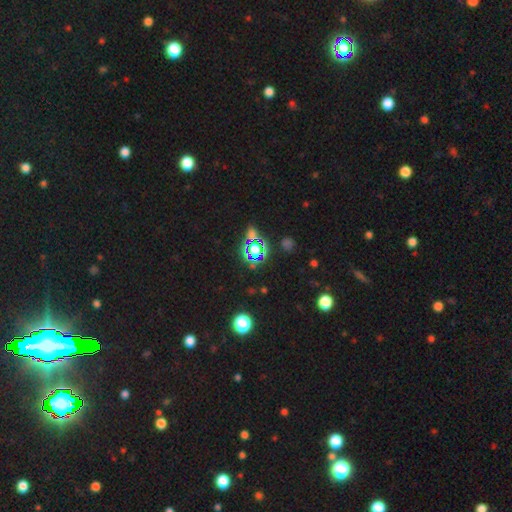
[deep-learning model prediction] A star or artifact, not a galaxy (70%).

Vote fractions:
- Smooth or featured? star or artifact: 70% / smooth: 21% / featured or disk: 9%